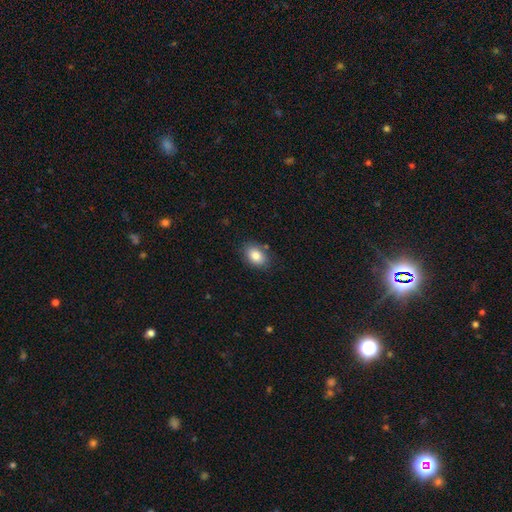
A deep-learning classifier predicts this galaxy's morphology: smooth 83%, featured or disk 9%, star or artifact 8%. Down the decision tree: how rounded — in between (83%); merging — none (82%).